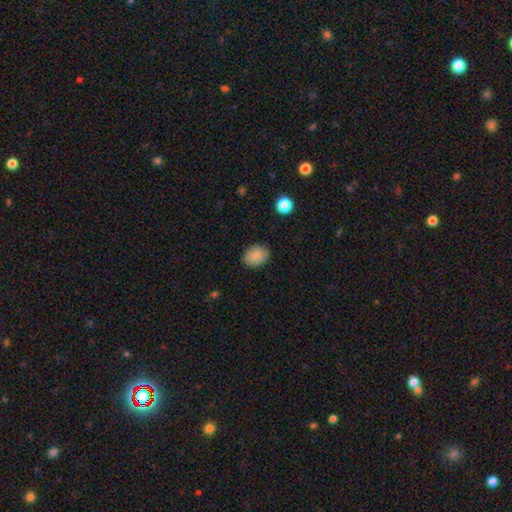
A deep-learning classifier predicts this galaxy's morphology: smooth-or-featured: smooth: 85% | star or artifact: 8% | featured or disk: 7%
  how-rounded: in between: 58% | round: 41% | cigar-shaped: 1%
  merging: none: 86% | minor disturbance: 11% | major disturbance: 3% | merger: 1%